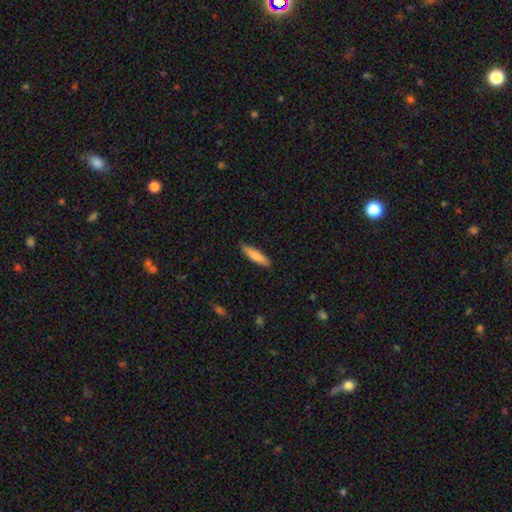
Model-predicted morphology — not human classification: The model was most divided on "how rounded": cigar-shaped: 77%, in between: 21%, round: 1%. More confident: merging — none (88%); smooth or featured — smooth (76%).